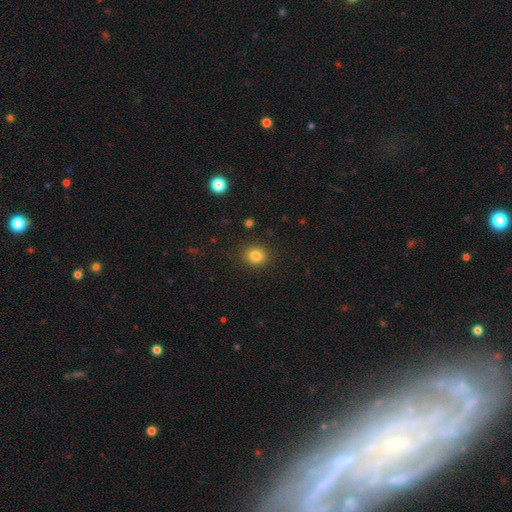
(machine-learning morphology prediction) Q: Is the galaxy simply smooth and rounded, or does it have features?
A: smooth — 83%.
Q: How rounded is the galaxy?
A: round — 78%.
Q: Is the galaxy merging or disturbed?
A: none — 89%.